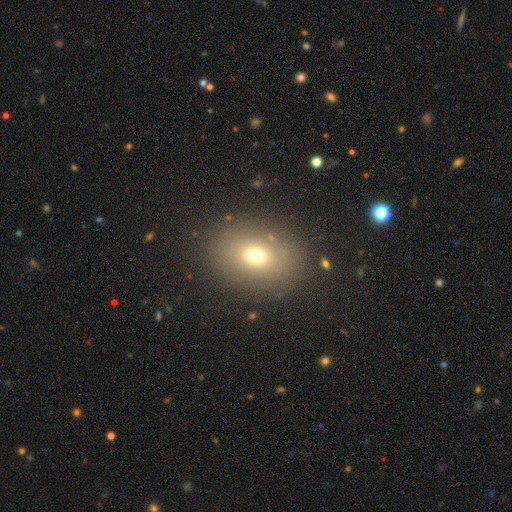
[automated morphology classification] A smooth galaxy with no disk features (67%) that is in between round and cigar-shaped (62%). Merging: none (85%).